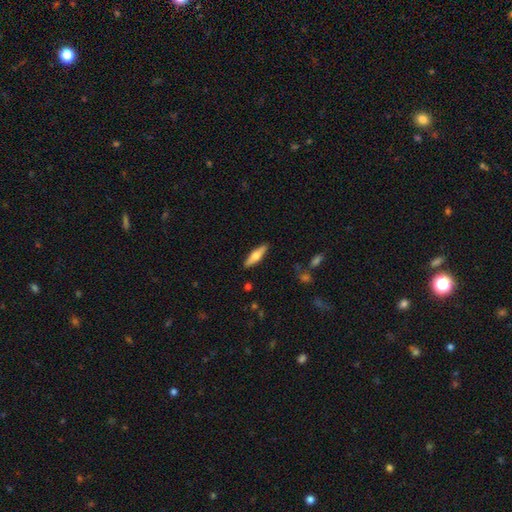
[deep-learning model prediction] smooth-or-featured: smooth: 51% | featured or disk: 43% | star or artifact: 6%
  how-rounded: cigar-shaped: 68% | in between: 30% | round: 2%
  merging: none: 89% | minor disturbance: 8% | major disturbance: 2% | merger: 1%